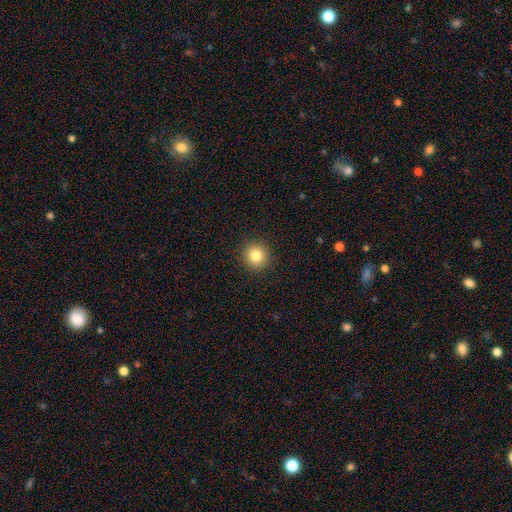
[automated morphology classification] Smooth or featured? smooth (83%)
How rounded? round (94%)
Merging? none (93%)